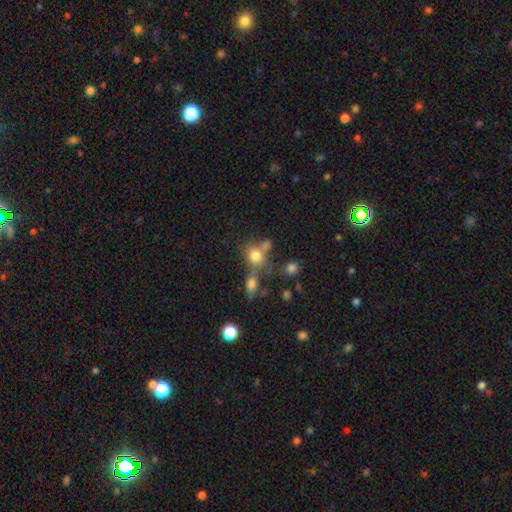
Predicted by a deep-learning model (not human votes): This appears to be a smooth galaxy with no disk features (75%) that is round (63%). Merging: none (44%).